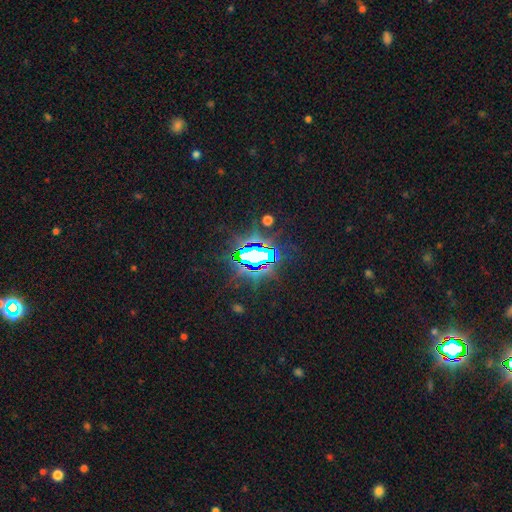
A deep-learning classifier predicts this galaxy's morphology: Q: Smooth or featured?
A: star or artifact (79%); runner-up: smooth (11%)